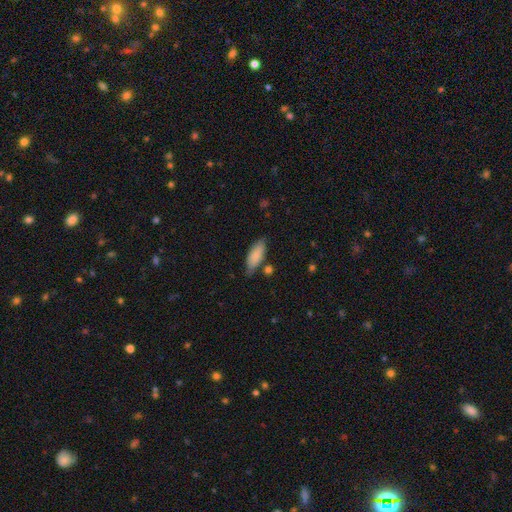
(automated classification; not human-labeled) Smooth or featured: smooth — 85% (featured or disk — 9%)
How rounded: in between — 74% (cigar-shaped — 24%)
Merging: none — 67% (minor disturbance — 23%)